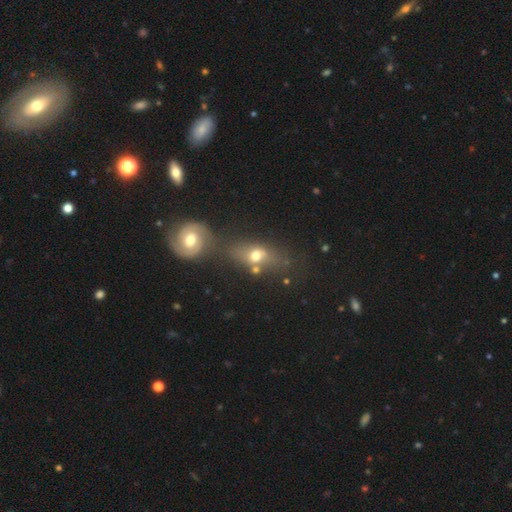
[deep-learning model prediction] smooth 57%, featured or disk 28%, star or artifact 14%. Down the decision tree: how rounded — in between (64%); merging — none (46%).